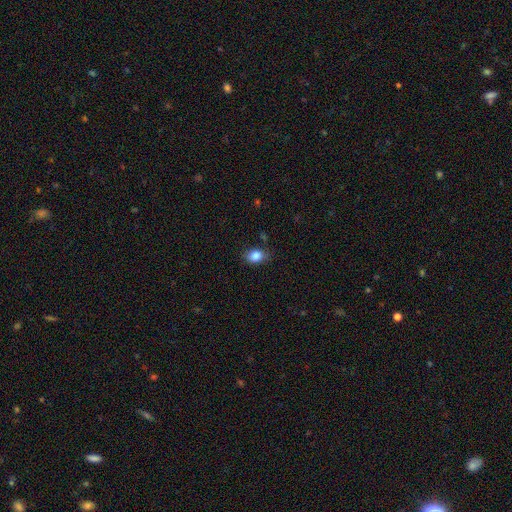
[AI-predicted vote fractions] A smooth galaxy with no disk features (85%) that is in between round and cigar-shaped (67%).

Vote fractions:
- Smooth or featured? smooth: 85% / star or artifact: 9% / featured or disk: 6%
- How rounded? in between: 67% / round: 32% / cigar-shaped: 1%
- Merging? none: 76% / minor disturbance: 18% / major disturbance: 4% / merger: 2%